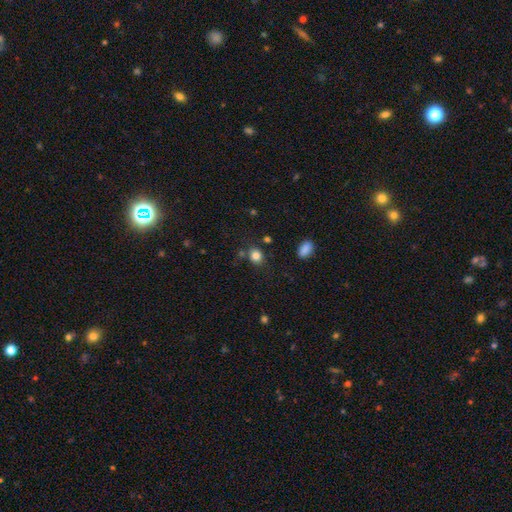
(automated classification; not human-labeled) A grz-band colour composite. It shows a smooth galaxy with no disk features (83%) that is round (65%). Merging: none (76%).